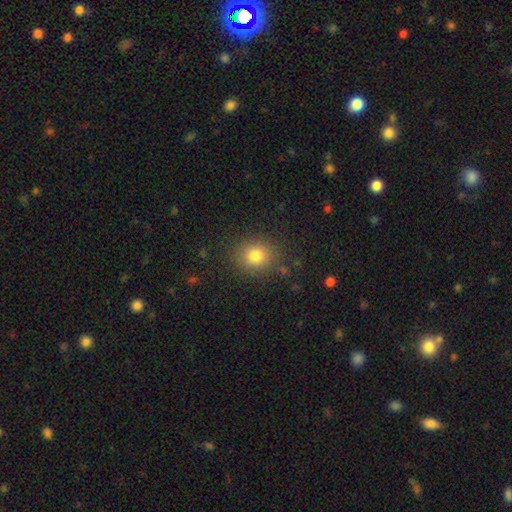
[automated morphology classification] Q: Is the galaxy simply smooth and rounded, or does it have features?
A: smooth — 80%.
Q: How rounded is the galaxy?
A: round — 78%.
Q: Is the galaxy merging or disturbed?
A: none — 87%.